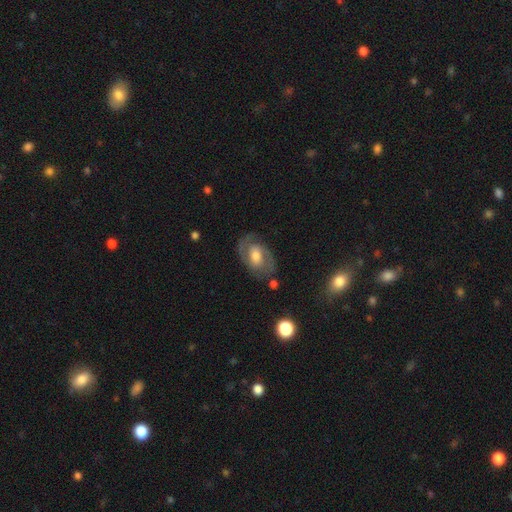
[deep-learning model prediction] Smooth or featured: featured or disk — 72% (smooth — 22%)
Edge-on disk: no — 96% (yes — 4%)
Bar: no — 47% (weak — 41%)
Spiral arms: yes — 84% (no — 16%)
Spiral winding: medium — 50% (tight — 33%)
Spiral arm count: 2 — 85% (can't tell — 9%)
Bulge size: moderate — 61% (large — 20%)
Merging: none — 74% (minor disturbance — 16%)